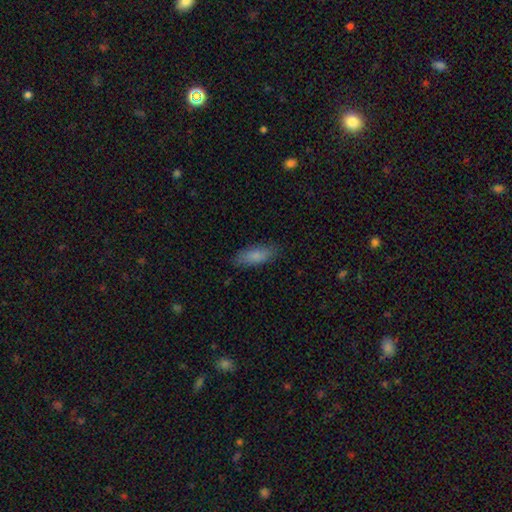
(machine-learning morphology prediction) Smooth or featured? Predicted: smooth (p=0.83). How rounded? Predicted: in between (p=0.71). Merging? Predicted: none (p=0.84).